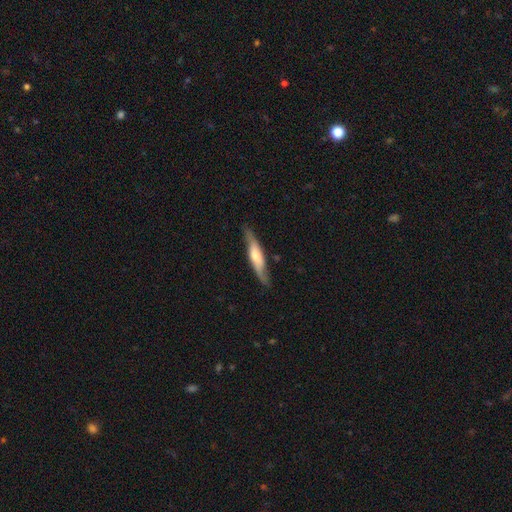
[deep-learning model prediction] featured or disk 60%, smooth 35%, star or artifact 5%. Down the decision tree: edge-on disk — yes (78%); merging — none (80%).